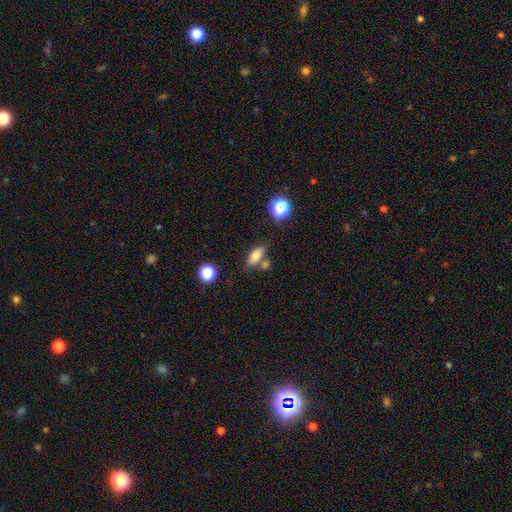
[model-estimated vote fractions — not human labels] Overall: smooth (74%). How rounded: in between (76%). Merging: none (63%).